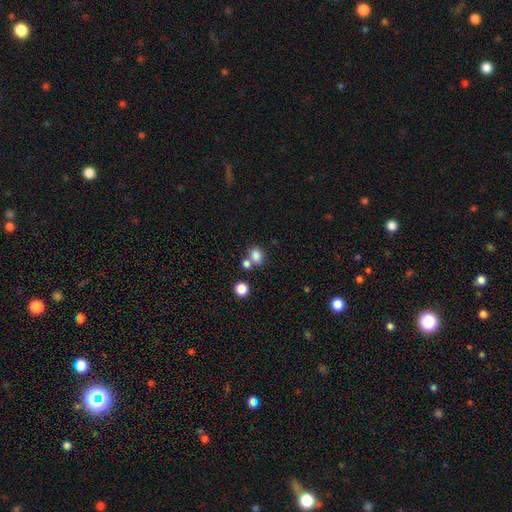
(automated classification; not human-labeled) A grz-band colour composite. It shows a smooth galaxy with no disk features (81%) that is in between round and cigar-shaped (52%). Merging: none (52%).